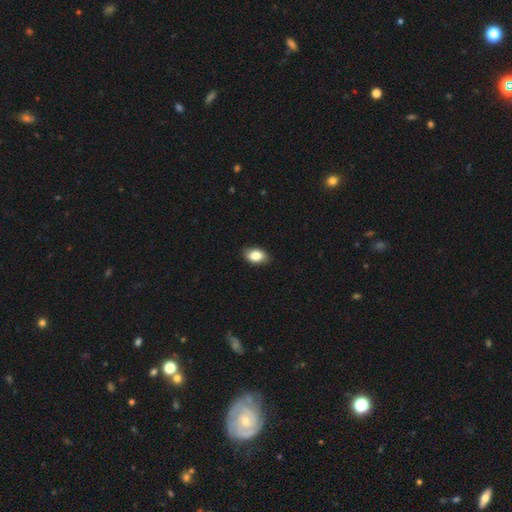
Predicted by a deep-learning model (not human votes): smooth 83%, featured or disk 9%, star or artifact 7%. Down the decision tree: how rounded — in between (89%); merging — none (86%).